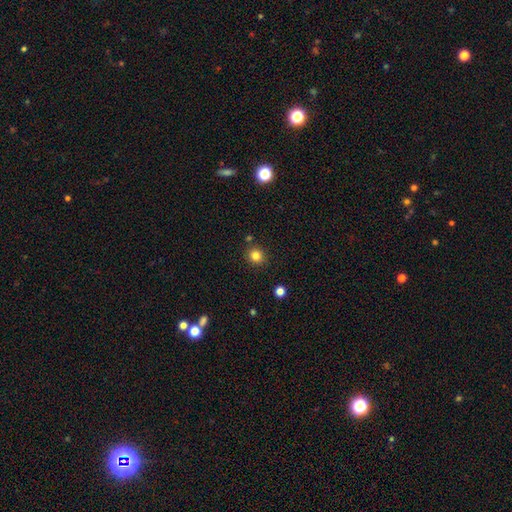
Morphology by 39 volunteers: Q: Smooth or featured?
A: smooth (85%); runner-up: star or artifact (10%)
Q: How rounded?
A: round (97%); runner-up: in between (3%)
Q: Merging?
A: none (74%); runner-up: minor disturbance (14%)